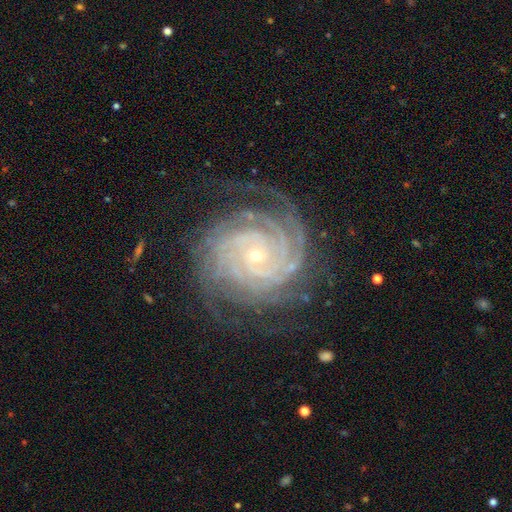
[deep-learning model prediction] Smooth or featured? featured or disk (91%)
Edge-on disk? no (98%)
Bar? no (72%)
Spiral arms? yes (99%)
Spiral winding? tight (84%)
Spiral arm count? 4 (23%)
Bulge size? small (79%)
Merging? none (77%)